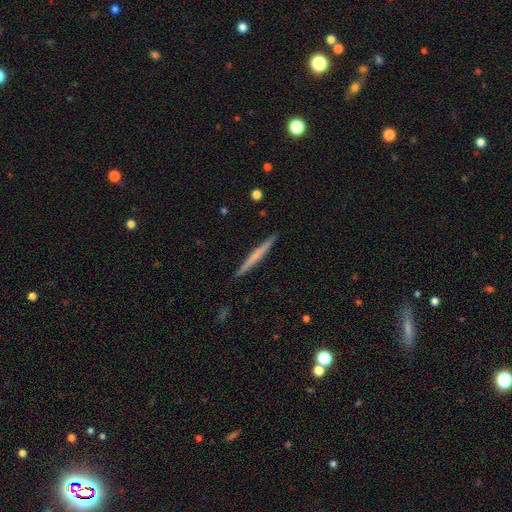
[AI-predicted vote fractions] Q: Smooth or featured?
A: smooth (48%); runner-up: featured or disk (47%)
Q: Merging?
A: none (92%); runner-up: minor disturbance (6%)